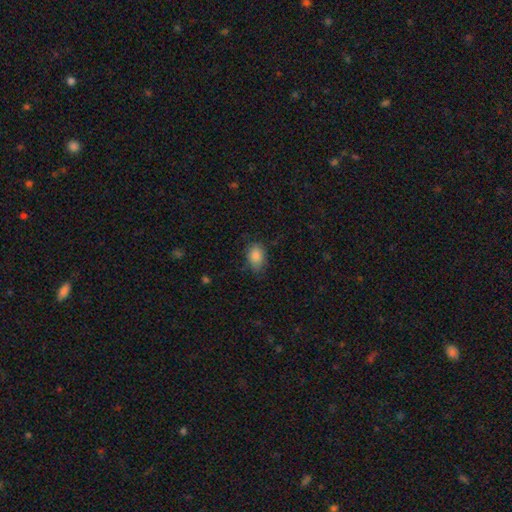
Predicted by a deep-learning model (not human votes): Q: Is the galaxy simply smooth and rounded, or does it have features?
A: smooth — 86%.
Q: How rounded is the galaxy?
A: in between — 84%.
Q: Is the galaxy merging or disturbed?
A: none — 72%.